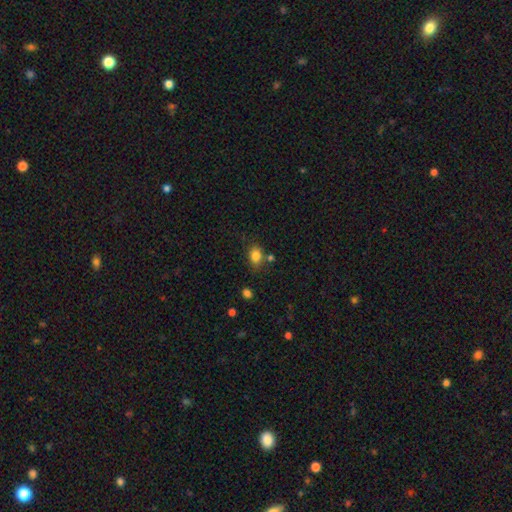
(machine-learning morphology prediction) Overall: smooth (83%). How rounded: in between (66%; round 33%). Merging: none (72%).